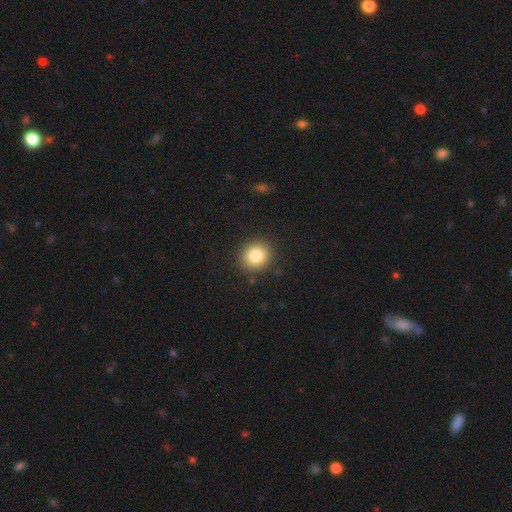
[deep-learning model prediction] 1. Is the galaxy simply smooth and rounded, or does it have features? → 82% smooth, 10% star or artifact, 7% featured or disk.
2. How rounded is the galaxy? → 82% round, 17% in between, 1% cigar-shaped.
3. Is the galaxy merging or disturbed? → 89% none, 7% minor disturbance, 2% major disturbance, 1% merger.